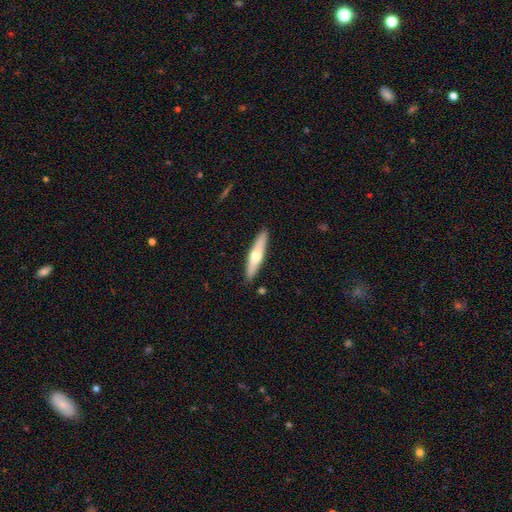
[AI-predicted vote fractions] Smooth or featured? Predicted: smooth (p=0.49). Merging? Predicted: none (p=0.89).